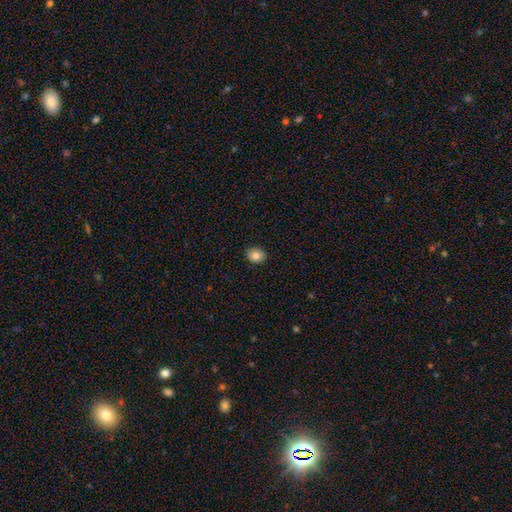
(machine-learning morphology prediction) Q: Smooth or featured?
A: smooth (82%); runner-up: star or artifact (10%)
Q: How rounded?
A: round (57%); runner-up: in between (42%)
Q: Merging?
A: none (90%); runner-up: minor disturbance (8%)